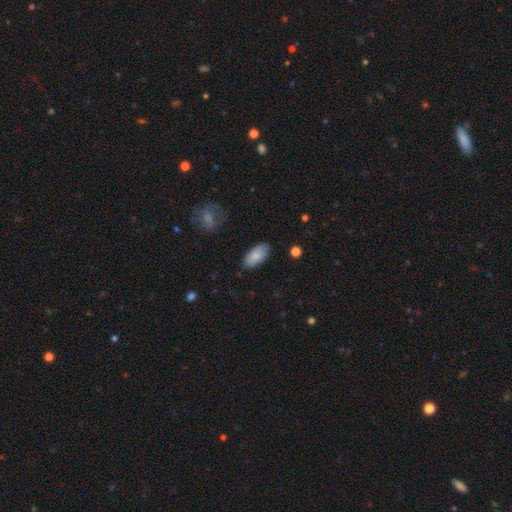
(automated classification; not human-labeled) Smooth or featured? Predicted: smooth (p=0.84). How rounded? Predicted: in between (p=0.93). Merging? Predicted: none (p=0.84).